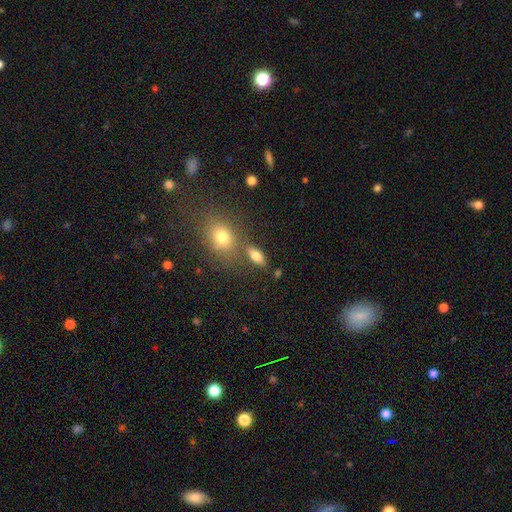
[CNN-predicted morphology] This appears to be a smooth galaxy with no disk features (78%) that is in between round and cigar-shaped (82%). Merging: none (68%).